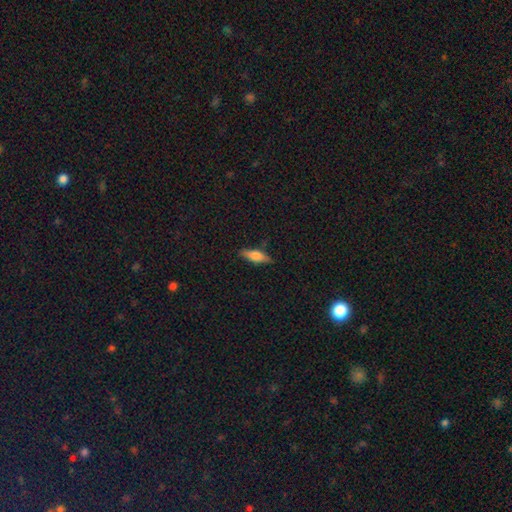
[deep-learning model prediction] This is likely a smooth galaxy (65%). How rounded: possibly in between (53%). Merging: clearly none (84%).